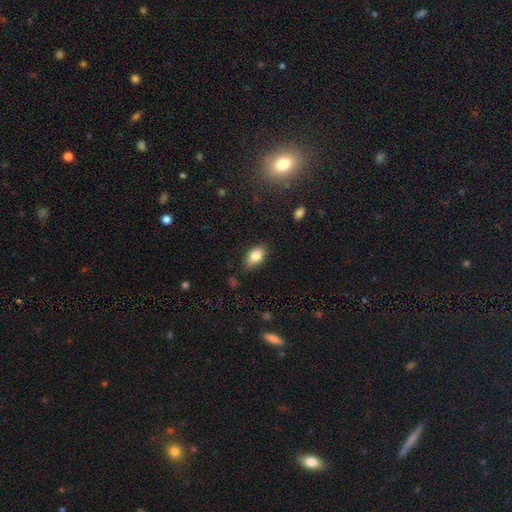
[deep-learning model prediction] smooth 81%, featured or disk 10%, star or artifact 8%. Down the decision tree: how rounded — in between (88%); merging — none (77%).